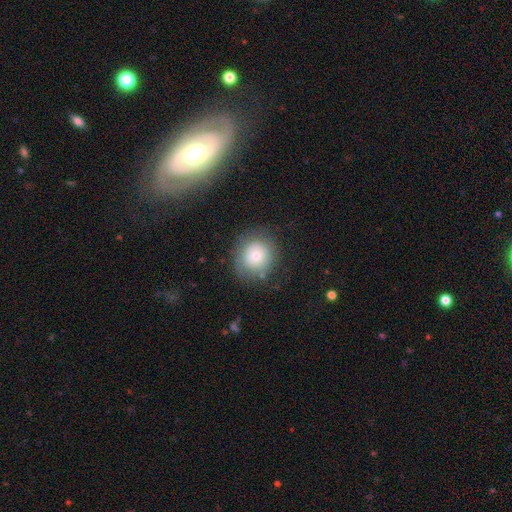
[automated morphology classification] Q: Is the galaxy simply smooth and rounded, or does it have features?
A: smooth — 69%.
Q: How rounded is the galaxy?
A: round — 87%.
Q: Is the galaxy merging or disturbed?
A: none — 75%.